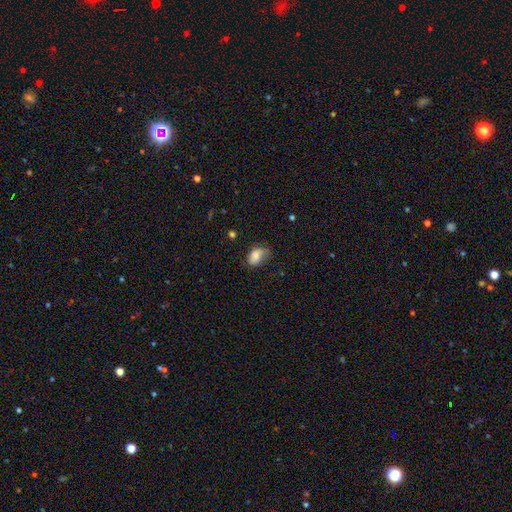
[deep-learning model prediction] This is likely a smooth galaxy (74%). How rounded: clearly in between (83%). Merging: possibly none (47%).